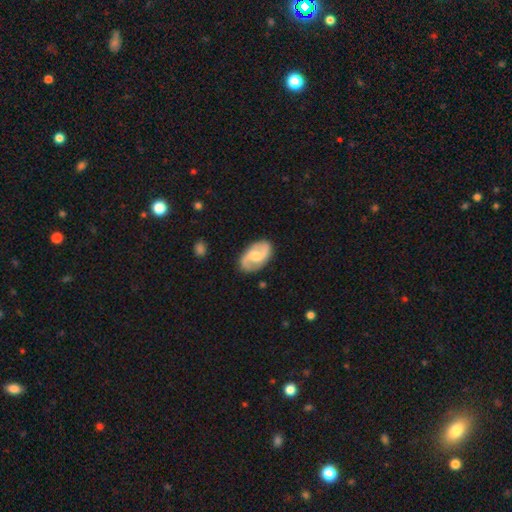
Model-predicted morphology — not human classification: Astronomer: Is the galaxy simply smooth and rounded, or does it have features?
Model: featured or disk — 77%.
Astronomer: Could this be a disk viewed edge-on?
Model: no — 97%.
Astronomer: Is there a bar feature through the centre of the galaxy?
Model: weak — 50% (runner-up: no, 33%).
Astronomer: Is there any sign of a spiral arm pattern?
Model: yes — 92%.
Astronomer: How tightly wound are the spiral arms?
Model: medium — 44% (runner-up: loose, 41%).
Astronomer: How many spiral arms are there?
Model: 2 — 91%.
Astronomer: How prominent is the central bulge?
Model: moderate — 63%.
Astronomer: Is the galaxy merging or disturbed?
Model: none — 85%.